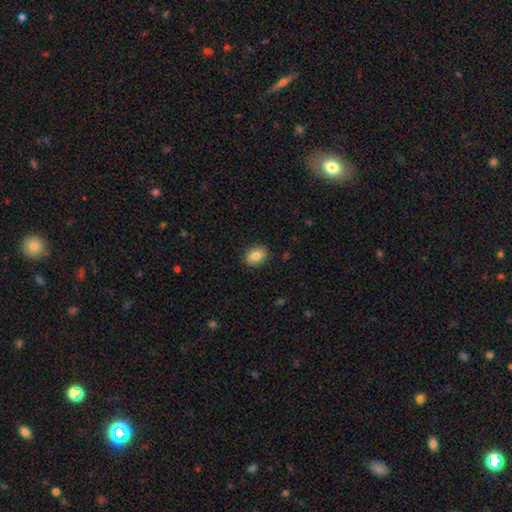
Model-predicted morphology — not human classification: Smooth or featured?
  - smooth: 82% *
  - featured or disk: 10%
  - star or artifact: 8%
How rounded?
  - in between: 63% *
  - round: 36%
  - cigar-shaped: 1%
Merging?
  - none: 89% *
  - minor disturbance: 8%
  - major disturbance: 2%
  - merger: 1%